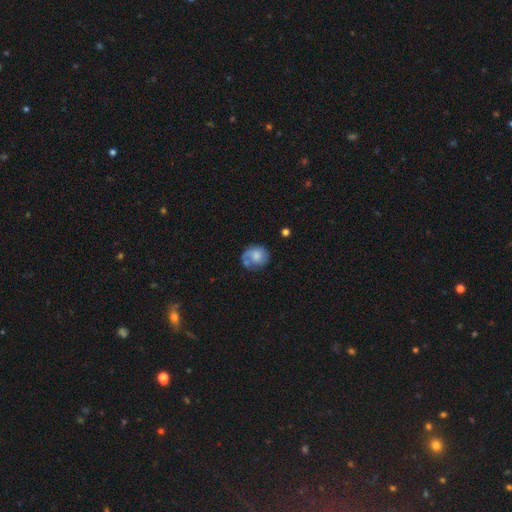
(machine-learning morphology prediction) Smooth or featured? smooth (54%)
How rounded? round (71%)
Merging? none (52%)